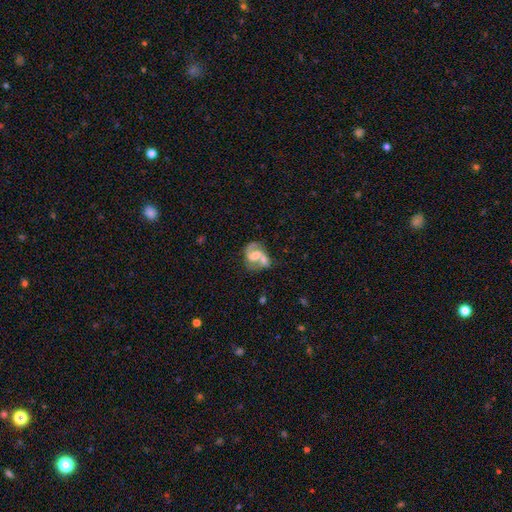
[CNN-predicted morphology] A featured or disk galaxy (70%) with a weak bar (40%), 2 (77%) medium (48%) spiral arms (85%) and a moderate central bulge (30%).

Vote fractions:
- Smooth or featured? featured or disk: 70% / smooth: 22% / star or artifact: 8%
- Edge-on disk? no: 98% / yes: 2%
- Bar? weak: 40% / no: 39% / strong: 21%
- Spiral arms? yes: 85% / no: 15%
- Spiral winding? medium: 48% / loose: 35% / tight: 17%
- Spiral arm count? 2: 77% / 1: 14% / can't tell: 6% / 3: 1% / 4: 1% / more than 4: 1%
- Bulge size? moderate: 30% / none: 25% / small: 21% / large: 20% / dominant: 3%
- Merging? merger: 43% / none: 30% / minor disturbance: 14% / major disturbance: 13%